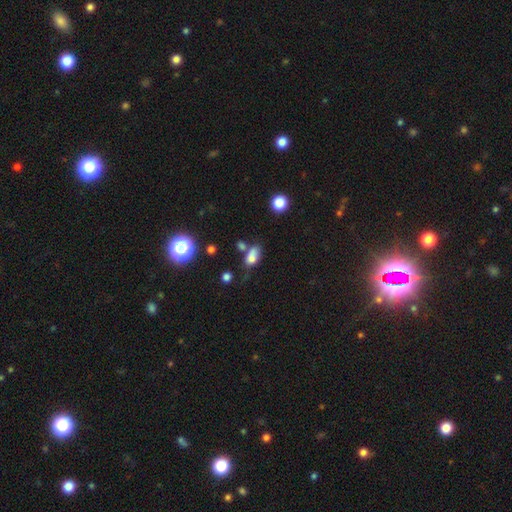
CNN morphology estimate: smooth-or-featured: smooth: 74% | star or artifact: 13% | featured or disk: 13%
  how-rounded: in between: 82% | round: 12% | cigar-shaped: 6%
  merging: none: 40% | merger: 25% | minor disturbance: 23% | major disturbance: 12%